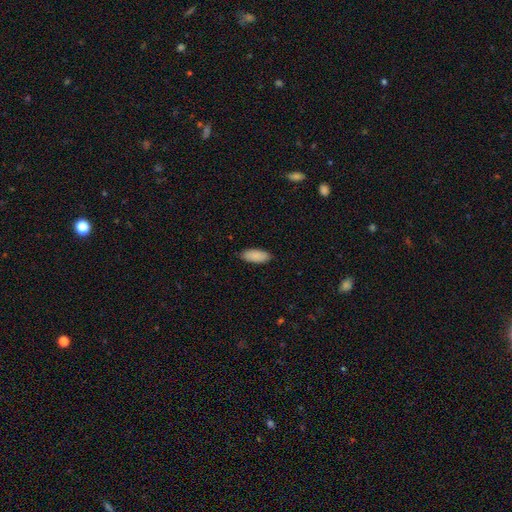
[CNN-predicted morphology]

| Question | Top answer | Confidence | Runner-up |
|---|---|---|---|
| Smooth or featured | smooth | 90% | star or artifact (6%) |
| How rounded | in between | 87% | cigar-shaped (12%) |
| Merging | none | 87% | minor disturbance (10%) |